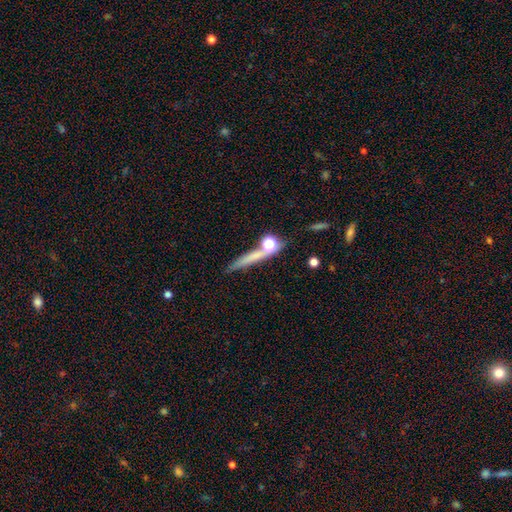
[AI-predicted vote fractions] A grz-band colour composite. It shows a smooth galaxy with no disk features (56%) that is cigar-shaped (77%). Merging: none (67%).